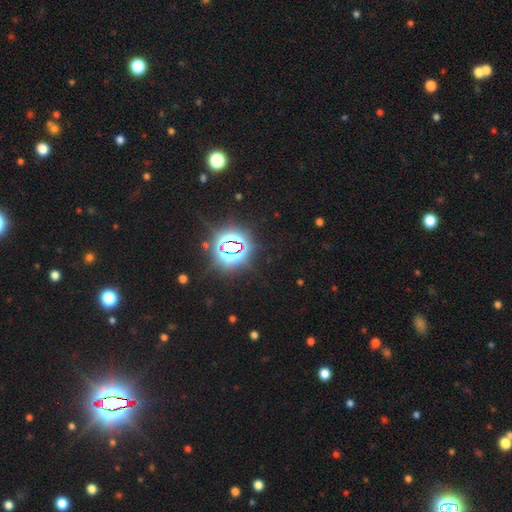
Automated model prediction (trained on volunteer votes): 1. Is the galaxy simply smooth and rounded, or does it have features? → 83% star or artifact, 11% smooth, 6% featured or disk.